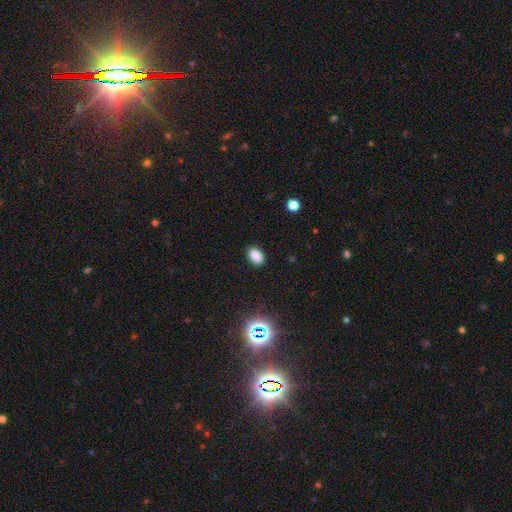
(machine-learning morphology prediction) The model was most divided on "how rounded": in between: 85%, round: 13%, cigar-shaped: 1%. More confident: merging — none (88%); smooth or featured — smooth (84%).